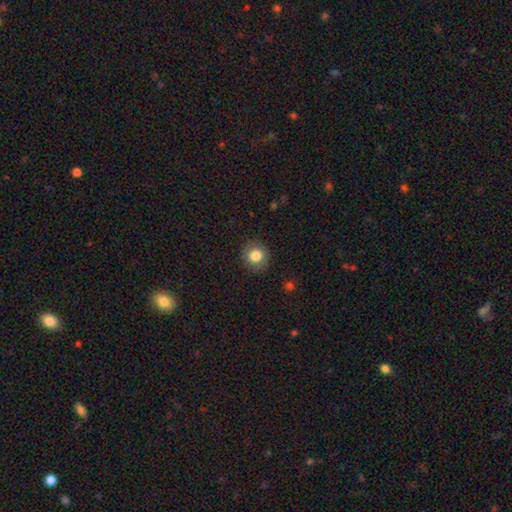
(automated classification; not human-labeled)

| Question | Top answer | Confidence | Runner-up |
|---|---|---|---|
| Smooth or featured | smooth | 81% | featured or disk (11%) |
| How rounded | round | 86% | in between (13%) |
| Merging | none | 87% | minor disturbance (9%) |